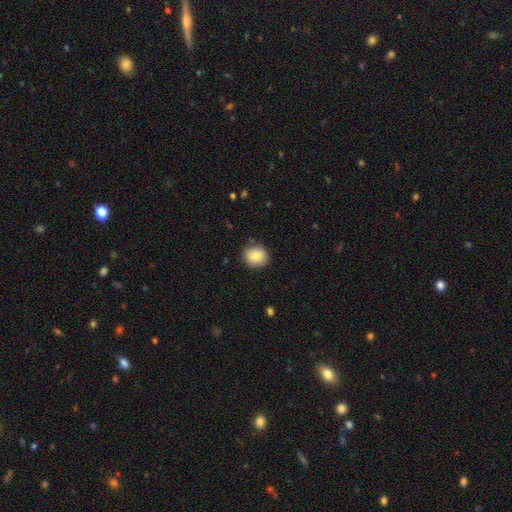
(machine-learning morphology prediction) Q: Smooth or featured?
A: smooth (84%); runner-up: star or artifact (8%)
Q: How rounded?
A: round (78%); runner-up: in between (21%)
Q: Merging?
A: none (86%); runner-up: minor disturbance (10%)